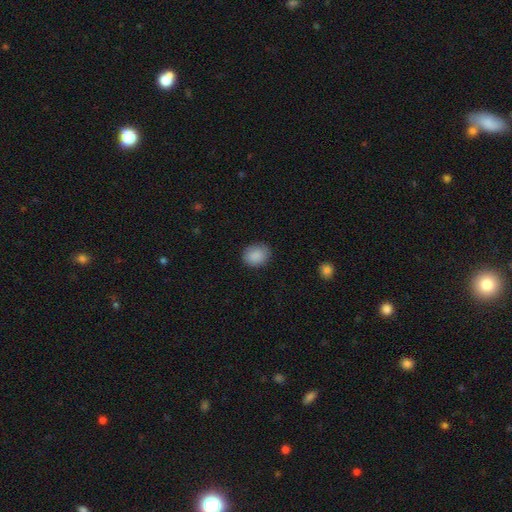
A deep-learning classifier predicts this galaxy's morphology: This appears to be a smooth galaxy with no disk features (89%) that is round (50%). Merging: none (84%).